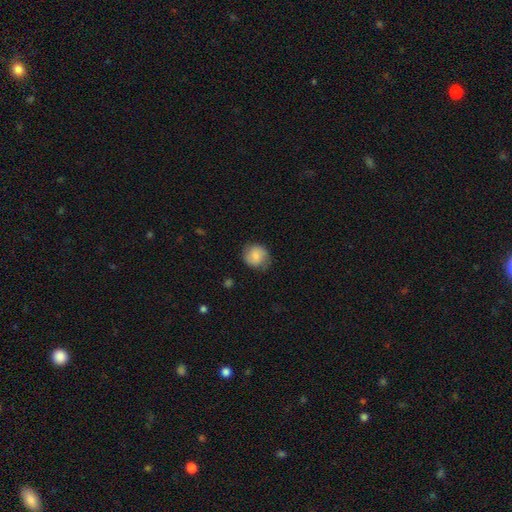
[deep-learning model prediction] This is likely a smooth galaxy (78%). How rounded: clearly round (84%). Merging: likely none (76%).